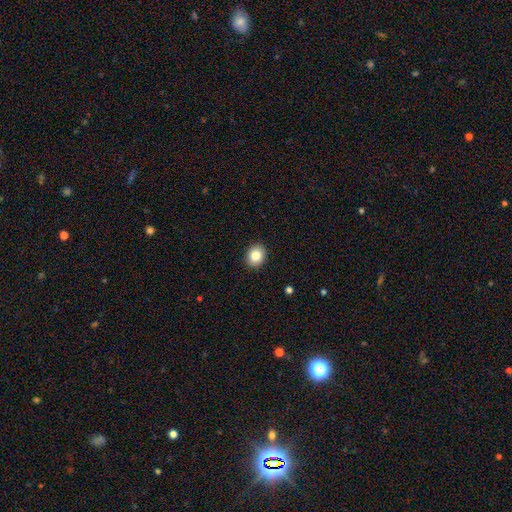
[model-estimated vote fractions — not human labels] This appears to be a smooth galaxy with no disk features (83%) that is round (65%). Merging: none (91%).